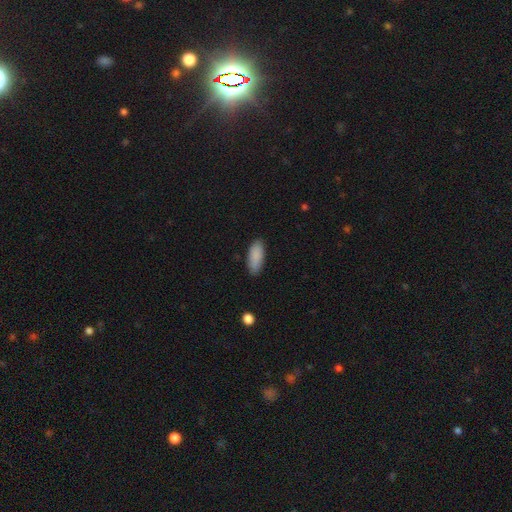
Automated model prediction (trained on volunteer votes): Q: Smooth or featured?
A: smooth (88%); runner-up: star or artifact (6%)
Q: How rounded?
A: in between (81%); runner-up: cigar-shaped (17%)
Q: Merging?
A: none (83%); runner-up: minor disturbance (13%)